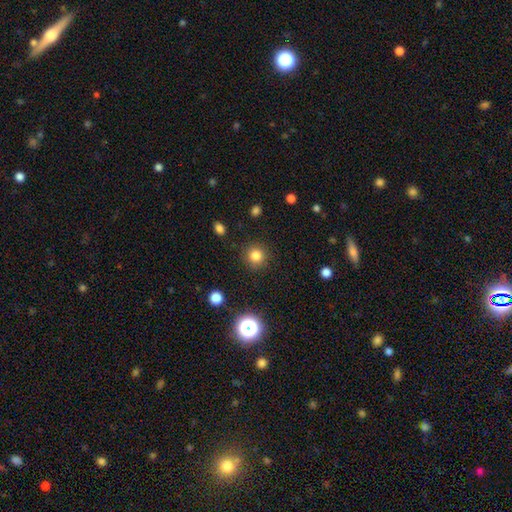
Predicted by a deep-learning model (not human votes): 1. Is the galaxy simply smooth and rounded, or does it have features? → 81% smooth, 13% star or artifact, 5% featured or disk.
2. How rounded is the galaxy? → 93% round, 6% in between, 1% cigar-shaped.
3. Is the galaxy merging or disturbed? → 89% none, 6% minor disturbance, 3% major disturbance, 1% merger.